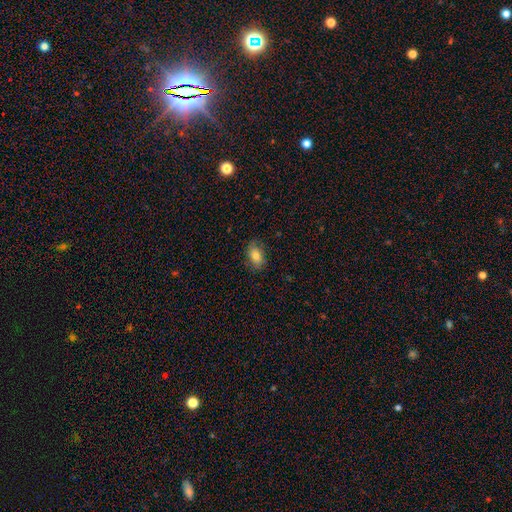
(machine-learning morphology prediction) Smooth or featured?
  - smooth: 79% *
  - featured or disk: 13%
  - star or artifact: 8%
How rounded?
  - in between: 88% *
  - round: 10%
  - cigar-shaped: 2%
Merging?
  - none: 79% *
  - minor disturbance: 16%
  - major disturbance: 4%
  - merger: 1%